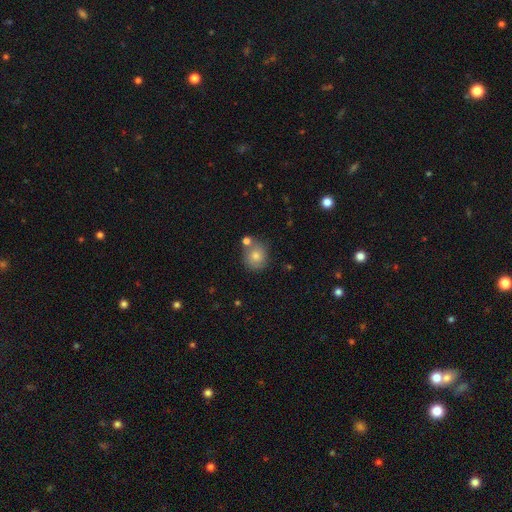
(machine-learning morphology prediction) Smooth or featured? Predicted: smooth (p=0.74). How rounded? Predicted: round (p=0.81). Merging? Predicted: none (p=0.69).